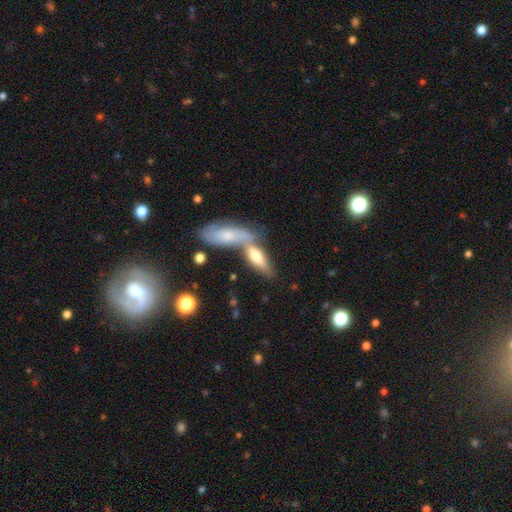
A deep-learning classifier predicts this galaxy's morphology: The model was most divided on "merging": merger: 51%, none: 36%, minor disturbance: 10%, major disturbance: 4%. More confident: smooth or featured — smooth (59%); how rounded — in between (57%).